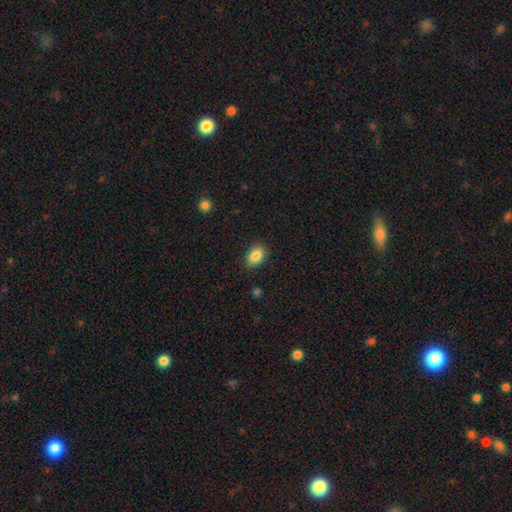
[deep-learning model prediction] smooth_or_featured: smooth (p=0.86) [alt: star or artifact p=0.08]
how_rounded: in between (p=0.80) [alt: round p=0.19]
merging: none (p=0.85) [alt: minor disturbance p=0.11]